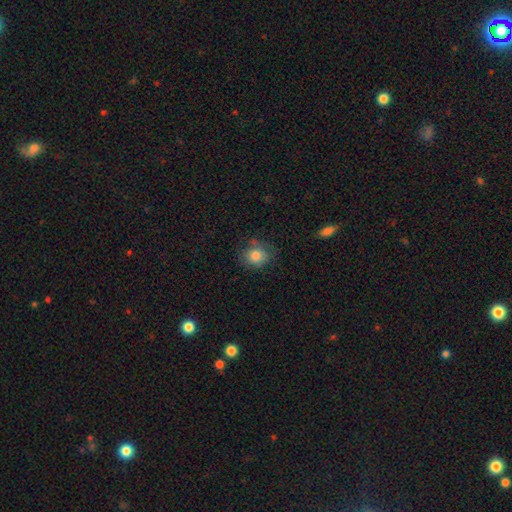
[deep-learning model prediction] Smooth or featured? smooth (78%)
How rounded? round (74%)
Merging? none (69%)